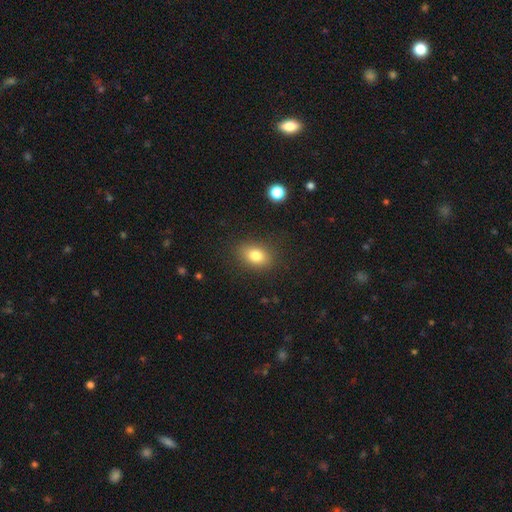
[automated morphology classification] Smooth or featured? Predicted: smooth (p=0.80). How rounded? Predicted: in between (p=0.75). Merging? Predicted: none (p=0.85).